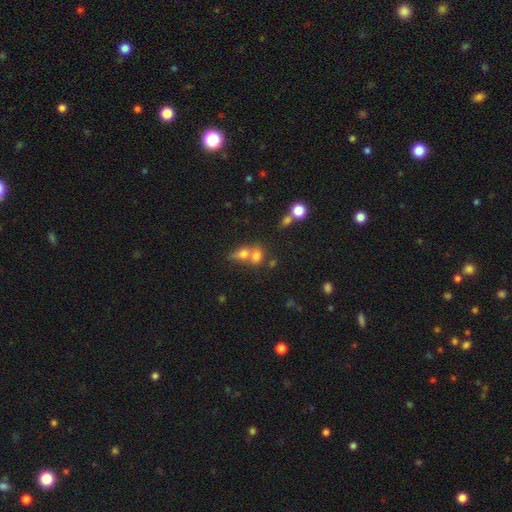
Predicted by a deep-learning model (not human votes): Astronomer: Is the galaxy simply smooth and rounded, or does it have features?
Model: smooth — 70%.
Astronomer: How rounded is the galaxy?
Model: round — 50% (runner-up: in between, 47%).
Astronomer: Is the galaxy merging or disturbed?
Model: merger — 63%.